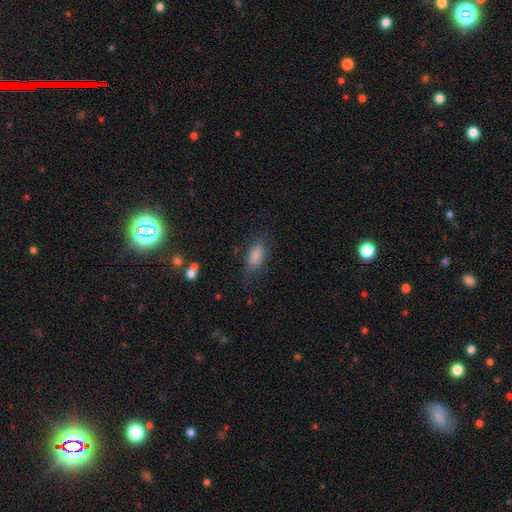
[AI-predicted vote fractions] Smooth or featured?
  - smooth: 83% *
  - featured or disk: 10%
  - star or artifact: 8%
How rounded?
  - in between: 87% *
  - cigar-shaped: 10%
  - round: 4%
Merging?
  - none: 66% *
  - minor disturbance: 23%
  - major disturbance: 9%
  - merger: 2%